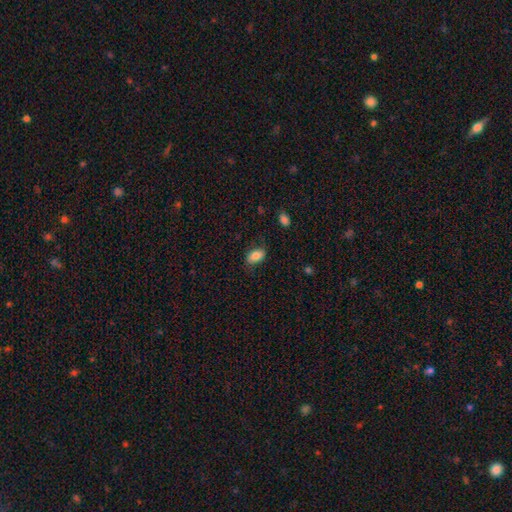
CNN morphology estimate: A smooth galaxy with no disk features (82%) that is in between round and cigar-shaped (90%). Merging: none (75%).